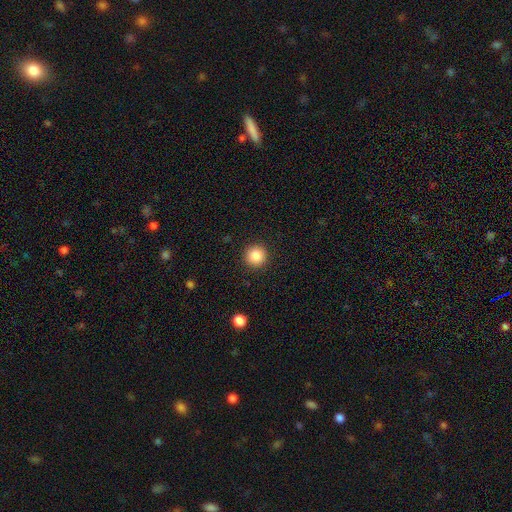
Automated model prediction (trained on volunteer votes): Smooth or featured?
  - smooth: 86% *
  - star or artifact: 10%
  - featured or disk: 4%
How rounded?
  - round: 96% *
  - in between: 4%
  - cigar-shaped: 1%
Merging?
  - none: 92% *
  - minor disturbance: 5%
  - major disturbance: 2%
  - merger: 1%